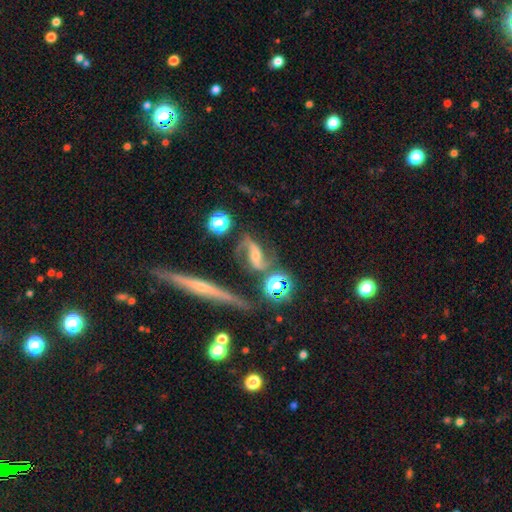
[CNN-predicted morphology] Smooth or featured?
  - featured or disk: 80% *
  - star or artifact: 11%
  - smooth: 10%
Edge-on disk?
  - no: 84% *
  - yes: 16%
Bar?
  - weak: 36% *
  - no: 32%
  - strong: 32%
Spiral arms?
  - yes: 94% *
  - no: 6%
Spiral winding?
  - loose: 55% *
  - medium: 34%
  - tight: 11%
Spiral arm count?
  - 2: 92% *
  - can't tell: 3%
  - 1: 2%
  - 3: 1%
  - 4: 1%
  - more than 4: 1%
Bulge size?
  - moderate: 44% *
  - small: 43%
  - none: 5%
  - large: 5%
  - dominant: 2%
Merging?
  - none: 64% *
  - minor disturbance: 17%
  - merger: 9%
  - major disturbance: 9%